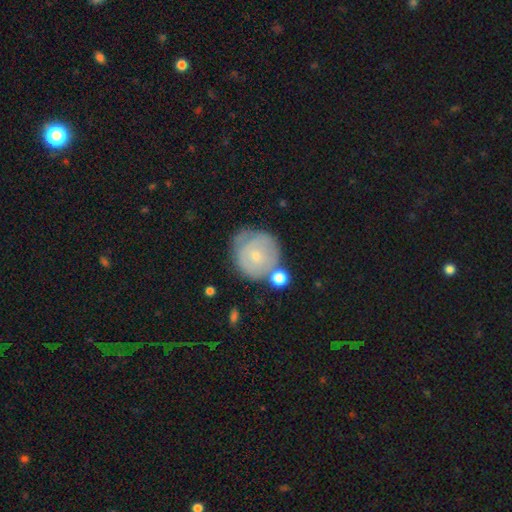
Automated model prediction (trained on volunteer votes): smooth-or-featured: featured or disk: 48% | smooth: 45% | star or artifact: 8%
  merging: none: 55% | minor disturbance: 24% | merger: 12% | major disturbance: 9%